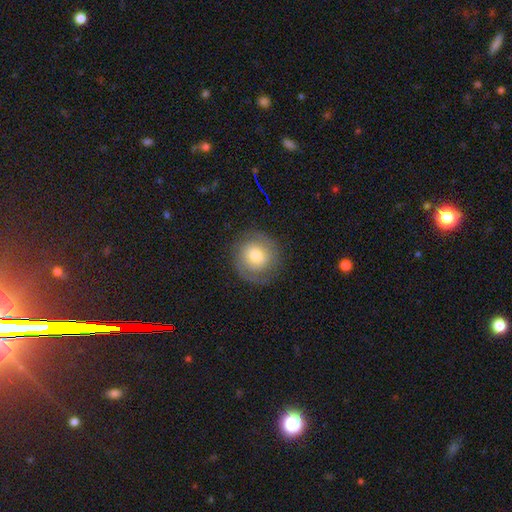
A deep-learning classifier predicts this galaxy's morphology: Smooth or featured?
  - smooth: 50% *
  - featured or disk: 41%
  - star or artifact: 9%
How rounded?
  - round: 91% *
  - in between: 8%
  - cigar-shaped: 1%
Merging?
  - none: 81% *
  - minor disturbance: 12%
  - major disturbance: 6%
  - merger: 1%